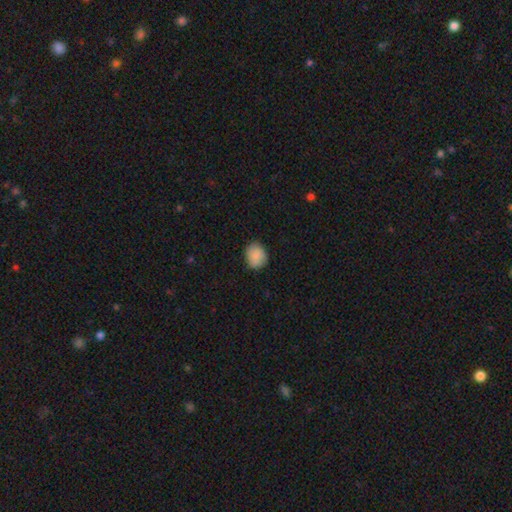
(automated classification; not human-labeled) smooth-or-featured: smooth: 87% | star or artifact: 7% | featured or disk: 6%
  how-rounded: round: 56% | in between: 43% | cigar-shaped: 1%
  merging: none: 81% | minor disturbance: 15% | major disturbance: 3% | merger: 1%